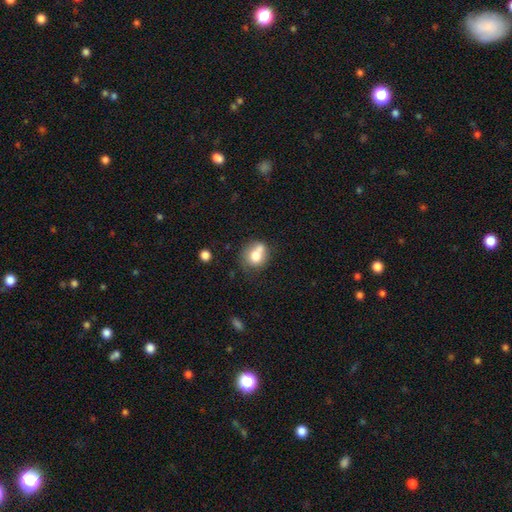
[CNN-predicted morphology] smooth-or-featured: smooth: 73% | featured or disk: 17% | star or artifact: 10%
  how-rounded: round: 69% | in between: 30% | cigar-shaped: 1%
  merging: none: 42% | merger: 31% | minor disturbance: 20% | major disturbance: 8%